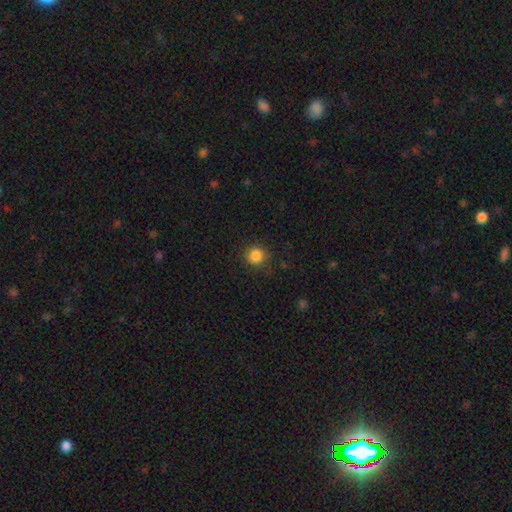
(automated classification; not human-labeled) Smooth or featured?
  - smooth: 85% *
  - star or artifact: 11%
  - featured or disk: 4%
How rounded?
  - round: 93% *
  - in between: 6%
  - cigar-shaped: 1%
Merging?
  - none: 87% *
  - minor disturbance: 9%
  - major disturbance: 3%
  - merger: 1%